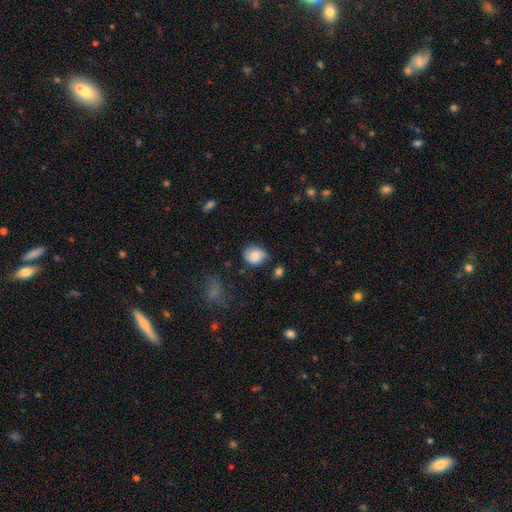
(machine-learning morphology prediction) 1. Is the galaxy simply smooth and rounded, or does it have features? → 78% smooth, 14% featured or disk, 8% star or artifact.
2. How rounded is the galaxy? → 62% round, 37% in between, 1% cigar-shaped.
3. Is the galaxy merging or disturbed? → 64% none, 26% minor disturbance, 6% major disturbance, 4% merger.